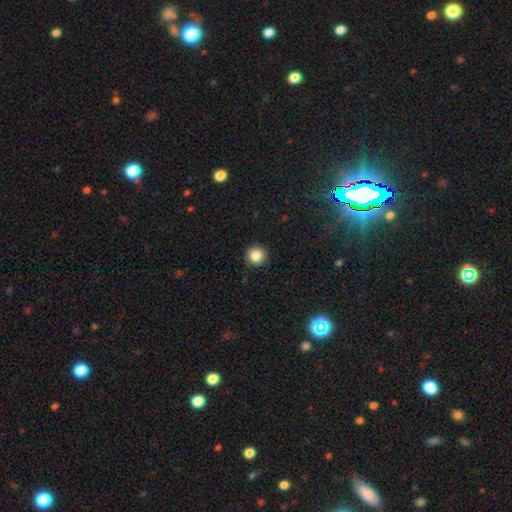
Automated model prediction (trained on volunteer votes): This appears to be a smooth galaxy with no disk features (85%) that is round (95%). Merging: none (91%).